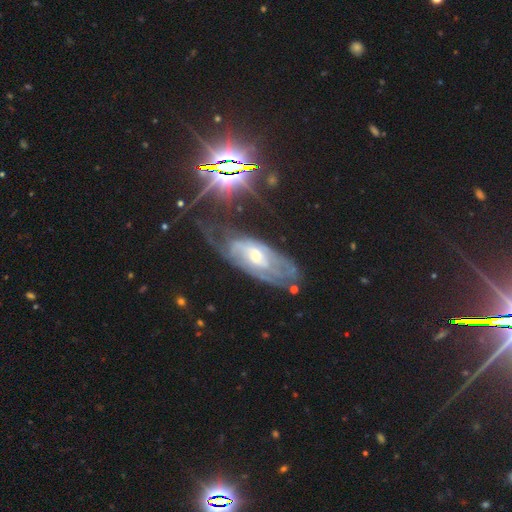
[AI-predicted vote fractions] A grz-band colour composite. It shows a featured or disk galaxy (75%) with no bar (52%), tight (65%) spiral arms (86%) and a small central bulge (50%). Merging: none (61%).